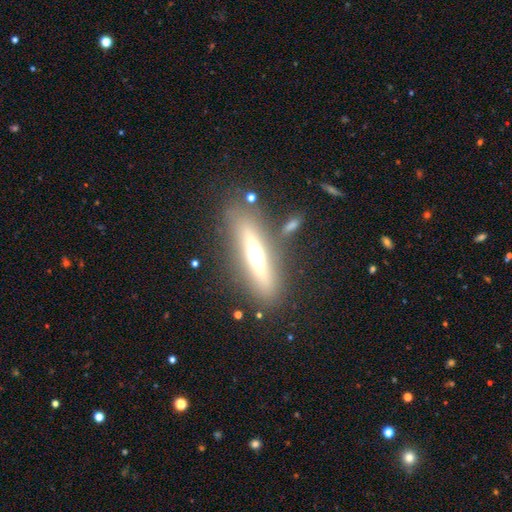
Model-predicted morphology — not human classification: featured or disk 65%, smooth 25%, star or artifact 9%. Down the decision tree: edge-on disk — yes (89%); edge-on bulge — rounded (88%); merging — none (80%).